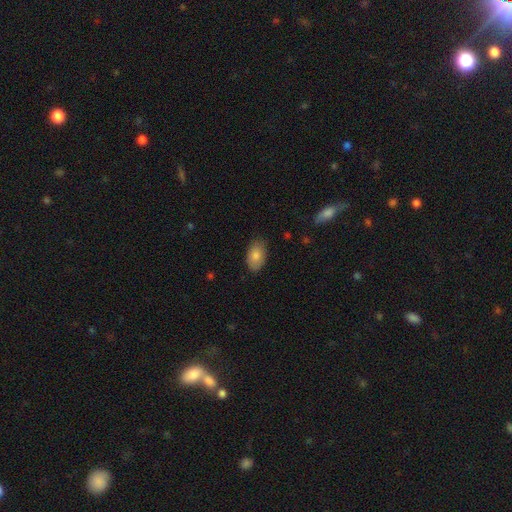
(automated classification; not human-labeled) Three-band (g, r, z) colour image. It shows a smooth galaxy with no disk features (83%) that is in between round and cigar-shaped (92%). Merging: none (82%).